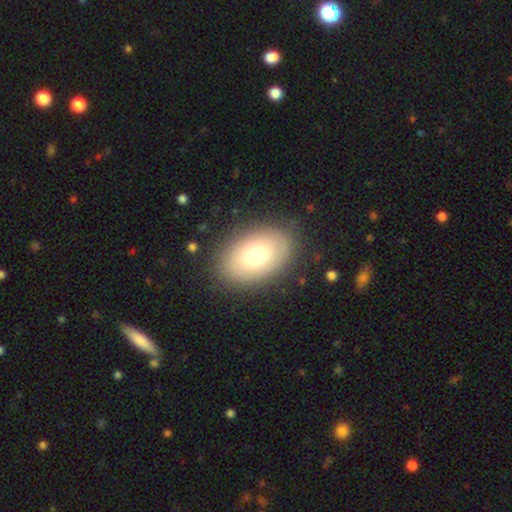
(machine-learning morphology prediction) type=smooth (75%); roundness=in between (88%); merging=none (86%).